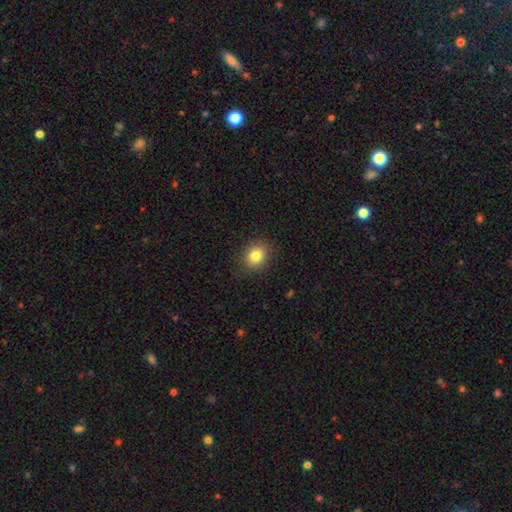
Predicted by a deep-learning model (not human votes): smooth-or-featured: smooth: 82% | star or artifact: 11% | featured or disk: 7%
  how-rounded: round: 67% | in between: 32% | cigar-shaped: 1%
  merging: none: 88% | minor disturbance: 8% | major disturbance: 2% | merger: 1%